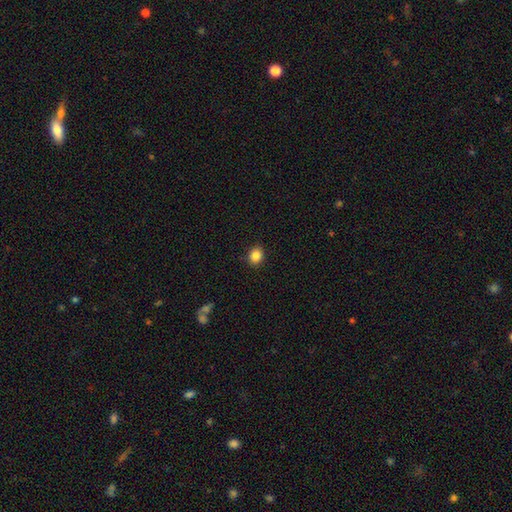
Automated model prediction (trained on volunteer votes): smooth 86%, star or artifact 10%, featured or disk 4%. Down the decision tree: how rounded — round (64%); merging — none (89%).